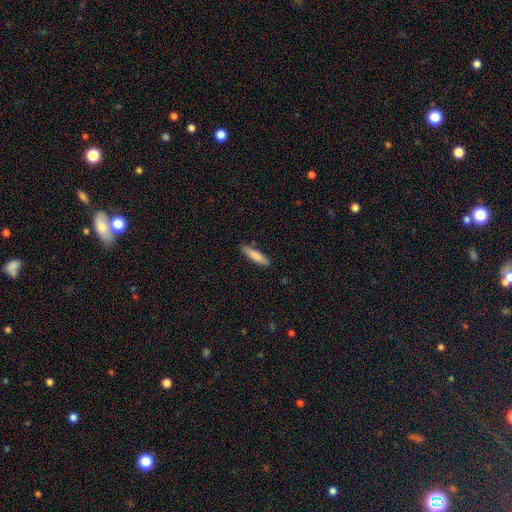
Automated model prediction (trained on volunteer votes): Smooth or featured? Predicted: smooth (p=0.83). How rounded? Predicted: cigar-shaped (p=0.78). Merging? Predicted: none (p=0.85).